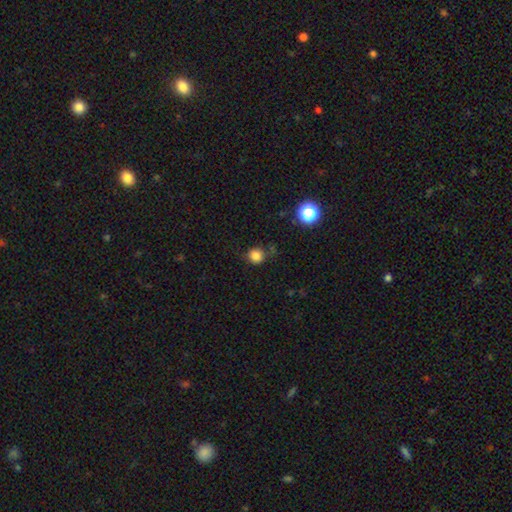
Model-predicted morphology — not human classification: A smooth galaxy with no disk features (82%) that is round (87%).

Vote fractions:
- Smooth or featured? smooth: 82% / star or artifact: 13% / featured or disk: 5%
- How rounded? round: 87% / in between: 12% / cigar-shaped: 1%
- Merging? none: 76% / minor disturbance: 16% / major disturbance: 4% / merger: 4%